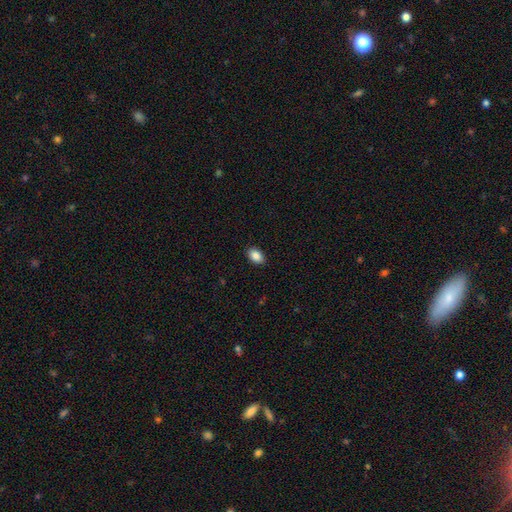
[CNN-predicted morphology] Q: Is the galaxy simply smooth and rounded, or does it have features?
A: smooth — 88%.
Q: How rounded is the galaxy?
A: in between — 86%.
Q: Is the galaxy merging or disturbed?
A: none — 89%.